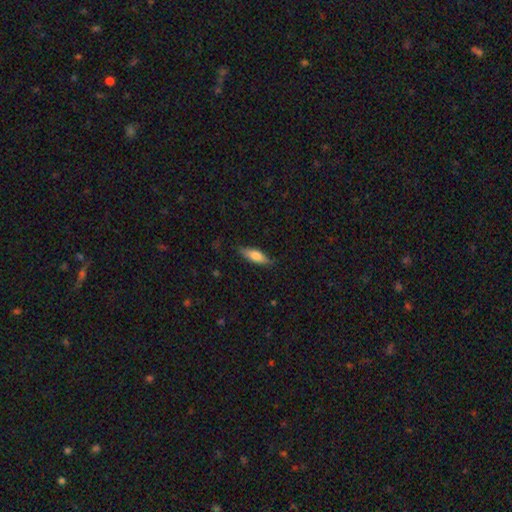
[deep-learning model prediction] A smooth galaxy with no disk features (75%) that is in between round and cigar-shaped (58%).

Vote fractions:
- Smooth or featured? smooth: 75% / featured or disk: 19% / star or artifact: 6%
- How rounded? in between: 58% / cigar-shaped: 40% / round: 2%
- Merging? none: 80% / minor disturbance: 16% / major disturbance: 3% / merger: 1%